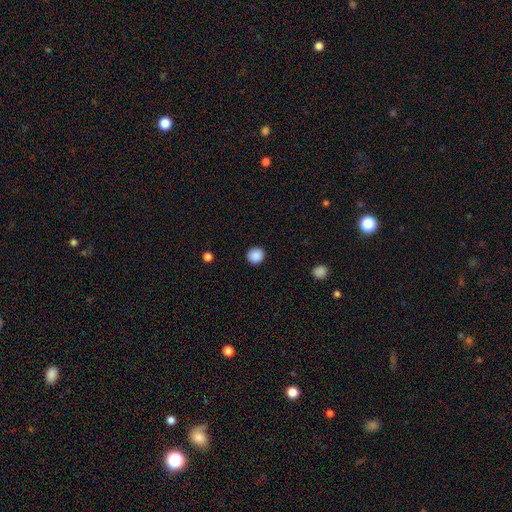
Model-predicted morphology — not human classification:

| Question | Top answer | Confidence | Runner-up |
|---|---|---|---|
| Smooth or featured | smooth | 89% | star or artifact (9%) |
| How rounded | round | 92% | in between (7%) |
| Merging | none | 92% | minor disturbance (5%) |